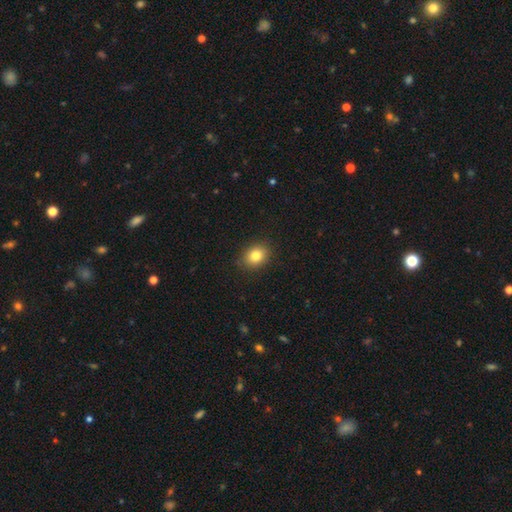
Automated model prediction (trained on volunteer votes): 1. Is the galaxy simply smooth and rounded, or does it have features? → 83% smooth, 10% star or artifact, 7% featured or disk.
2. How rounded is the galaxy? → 51% in between, 48% round, 1% cigar-shaped.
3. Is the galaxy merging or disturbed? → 89% none, 8% minor disturbance, 2% major disturbance, 1% merger.